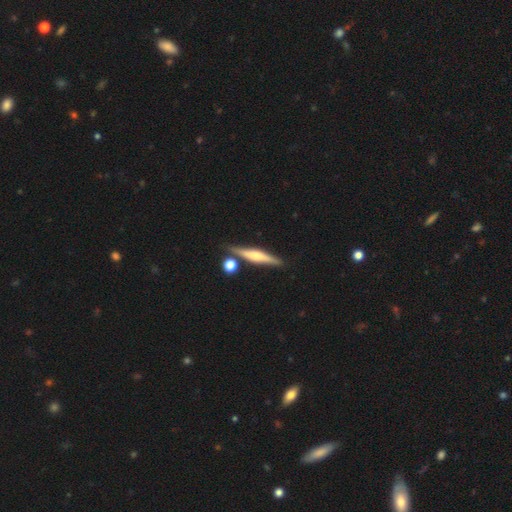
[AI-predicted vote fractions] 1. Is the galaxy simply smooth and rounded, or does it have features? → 60% featured or disk, 33% smooth, 6% star or artifact.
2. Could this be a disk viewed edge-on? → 96% yes, 4% no.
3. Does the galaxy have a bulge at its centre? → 67% rounded, 22% boxy, 11% none.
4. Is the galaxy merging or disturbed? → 79% none, 10% minor disturbance, 8% merger, 3% major disturbance.